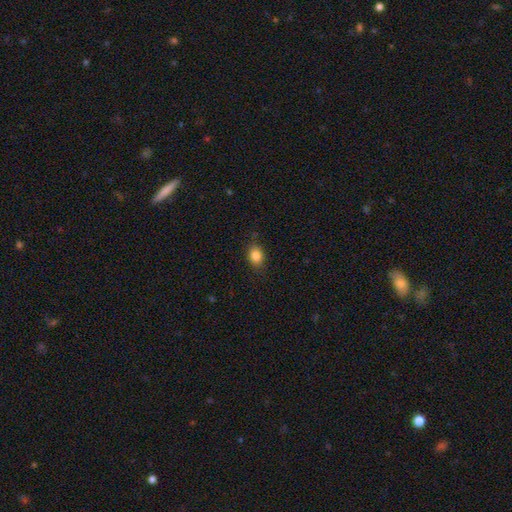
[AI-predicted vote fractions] The model was most divided on "how rounded": in between: 64%, round: 35%, cigar-shaped: 2%. More confident: smooth or featured — smooth (84%); merging — none (80%).